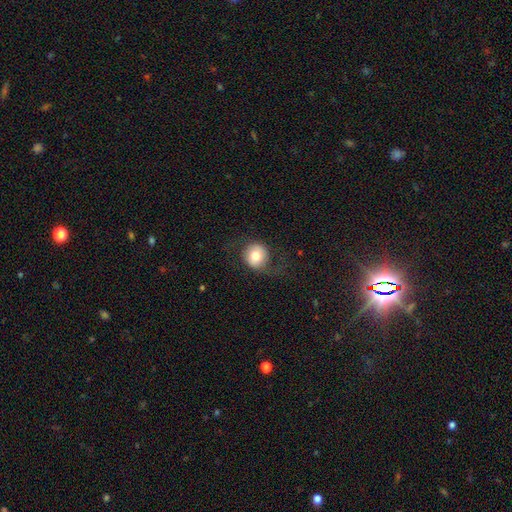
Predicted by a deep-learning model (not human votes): Smooth or featured: smooth — 70% (featured or disk — 21%)
How rounded: round — 88% (in between — 11%)
Merging: none — 70% (minor disturbance — 16%)